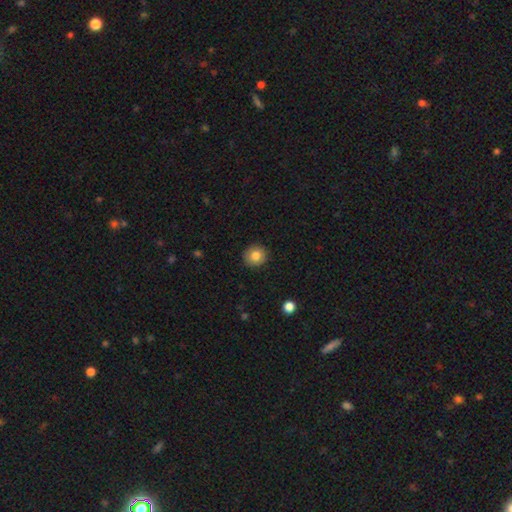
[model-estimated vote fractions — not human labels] smooth_or_featured: smooth (p=0.82) [alt: star or artifact p=0.09]
how_rounded: round (p=0.90) [alt: in between p=0.09]
merging: none (p=0.91) [alt: minor disturbance p=0.06]